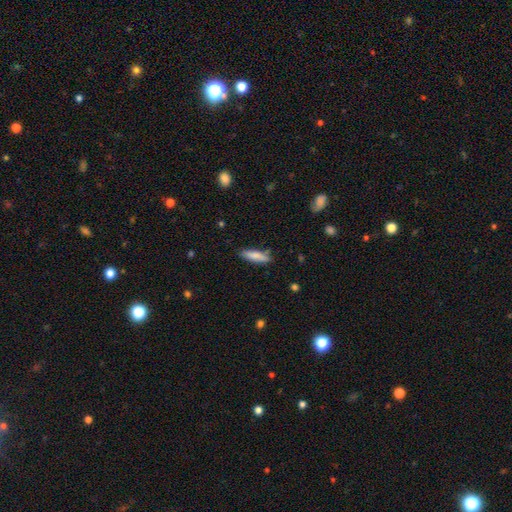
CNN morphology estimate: A smooth galaxy with no disk features (81%) that is cigar-shaped (66%). Merging: none (82%).